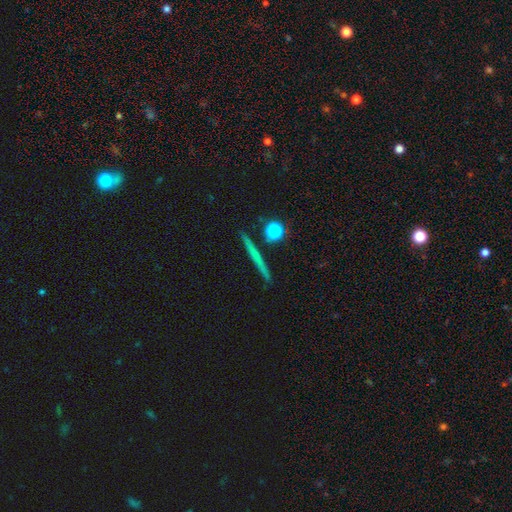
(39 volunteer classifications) Smooth or featured: smooth — 54% (featured or disk — 41%)
How rounded: cigar-shaped — 76% (round — 19%)
Merging: none — 95% (minor disturbance — 3%)